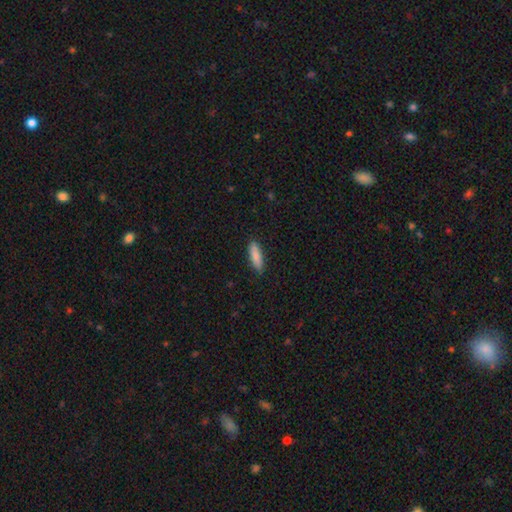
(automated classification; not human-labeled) Smooth or featured? smooth (87%)
How rounded? cigar-shaped (60%)
Merging? none (89%)